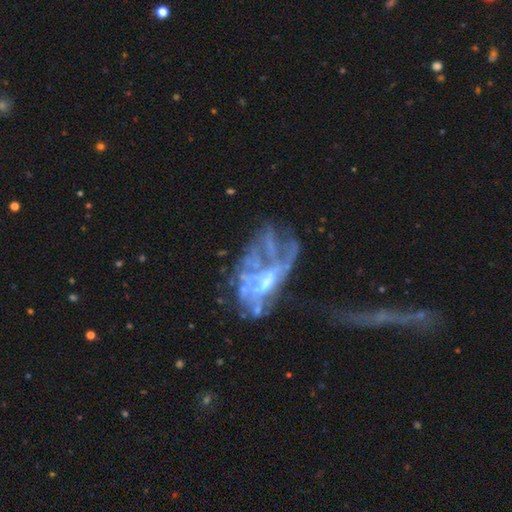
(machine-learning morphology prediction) A featured or disk galaxy (68%) with no bar (61%), no spiral arms (50%, tied with yes) and a moderate central bulge (36%).

Vote fractions:
- Smooth or featured? featured or disk: 68% / star or artifact: 19% / smooth: 13%
- Edge-on disk? no: 91% / yes: 9%
- Bar? no: 61% / weak: 26% / strong: 13%
- Spiral arms? no: 50% (tied) / yes: 50% (tied)
- Bulge size? moderate: 36% / small: 35% / none: 22% / large: 5% / dominant: 2%
- Merging? major disturbance: 40% / none: 25% / merger: 20% / minor disturbance: 14%